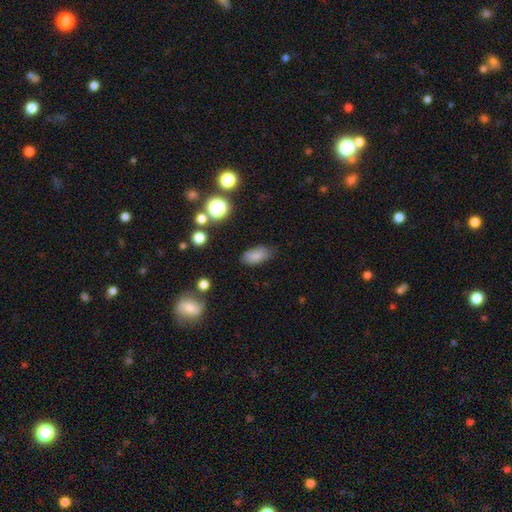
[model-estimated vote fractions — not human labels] A smooth galaxy with no disk features (83%) that is in between round and cigar-shaped (89%). Merging: none (81%).